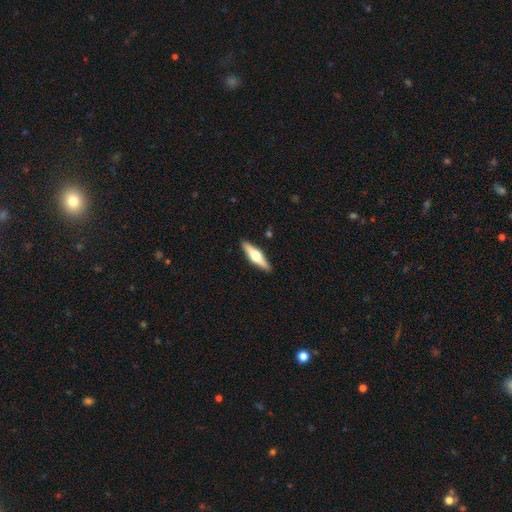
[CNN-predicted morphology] A featured or disk galaxy (59%) viewed edge-on (96%) with a rounded central bulge (94%). Merging: none (91%).